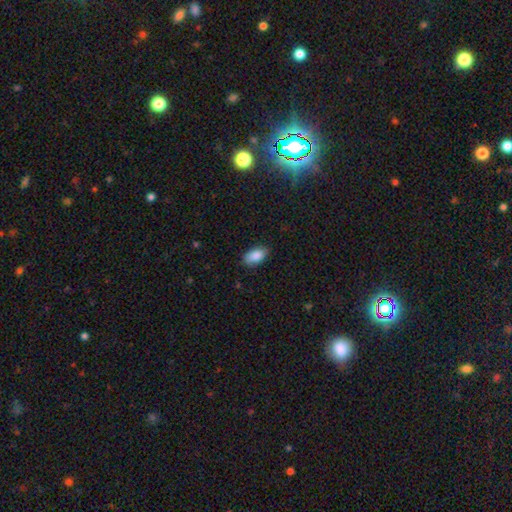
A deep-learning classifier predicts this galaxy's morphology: Q: Smooth or featured?
A: smooth (88%); runner-up: star or artifact (7%)
Q: How rounded?
A: in between (93%); runner-up: round (4%)
Q: Merging?
A: none (84%); runner-up: minor disturbance (13%)